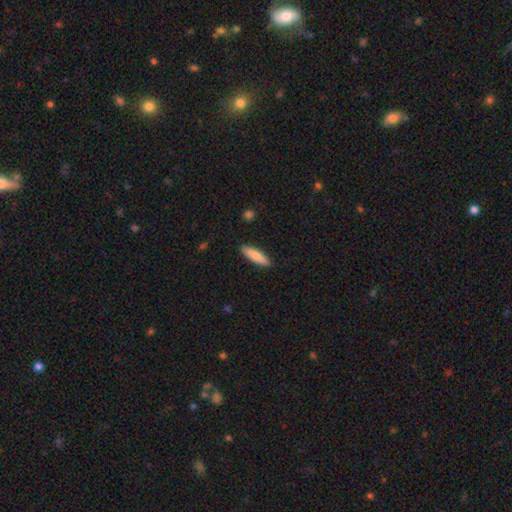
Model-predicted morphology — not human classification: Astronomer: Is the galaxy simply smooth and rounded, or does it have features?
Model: smooth — 80%.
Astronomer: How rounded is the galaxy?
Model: cigar-shaped — 61% (runner-up: in between, 37%).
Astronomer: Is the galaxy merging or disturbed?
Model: none — 90%.